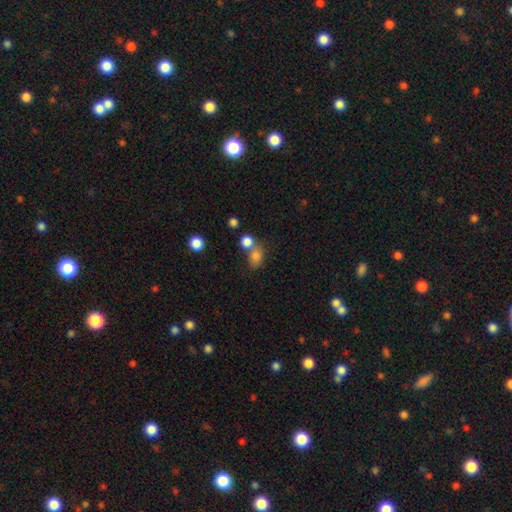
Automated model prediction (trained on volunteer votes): A smooth galaxy with no disk features (79%) that is in between round and cigar-shaped (53%). Merging: none (48%).